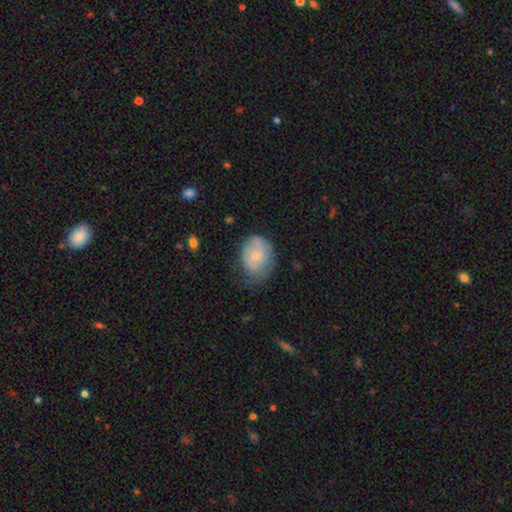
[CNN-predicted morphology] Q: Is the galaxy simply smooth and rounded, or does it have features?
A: smooth — 52%.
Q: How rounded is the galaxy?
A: in between — 54%.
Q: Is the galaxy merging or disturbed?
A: none — 50%.